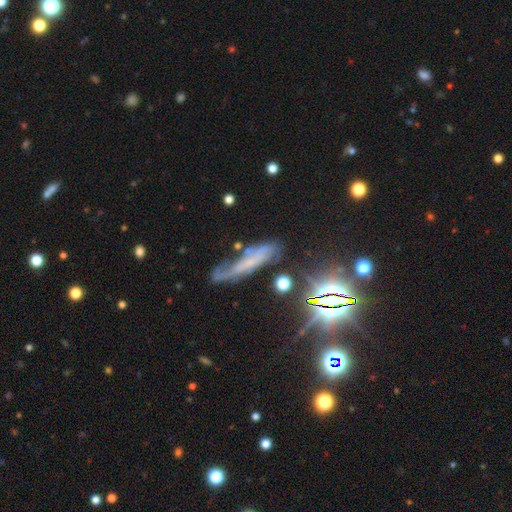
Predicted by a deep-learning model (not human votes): smooth_or_featured: featured or disk (p=0.49) [alt: smooth p=0.35]
merging: none (p=0.39) [alt: minor disturbance p=0.27]